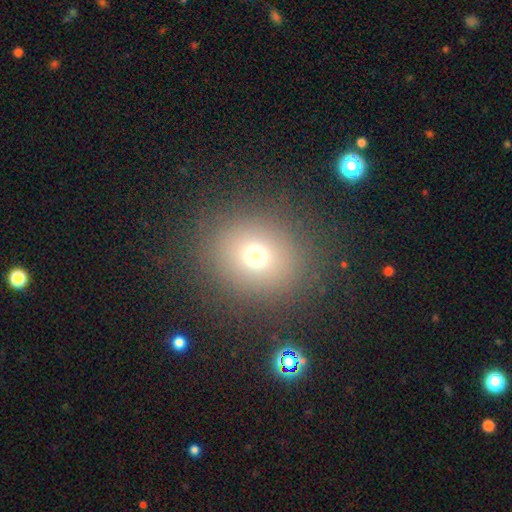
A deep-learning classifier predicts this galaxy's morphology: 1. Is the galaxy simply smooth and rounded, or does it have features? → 70% smooth, 20% star or artifact, 10% featured or disk.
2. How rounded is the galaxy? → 76% round, 23% in between, 1% cigar-shaped.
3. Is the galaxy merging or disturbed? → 85% none, 8% minor disturbance, 5% major disturbance, 1% merger.